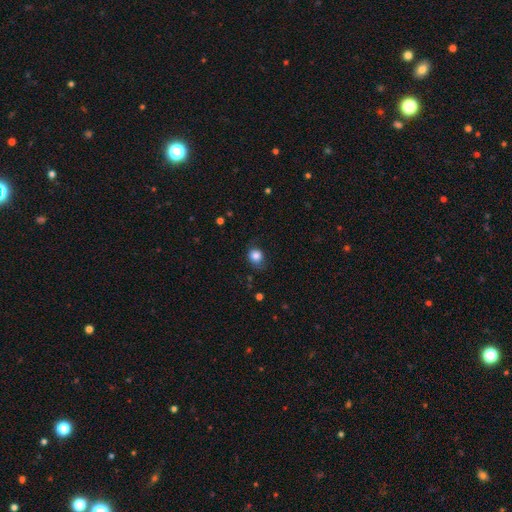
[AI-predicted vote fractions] smooth 83%, star or artifact 10%, featured or disk 6%. Down the decision tree: how rounded — round (73%); merging — none (68%).